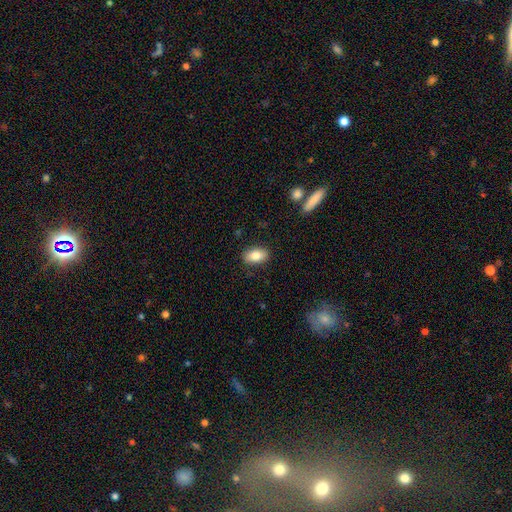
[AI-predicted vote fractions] This appears to be a smooth galaxy with no disk features (83%) that is in between round and cigar-shaped (89%). Merging: none (87%).